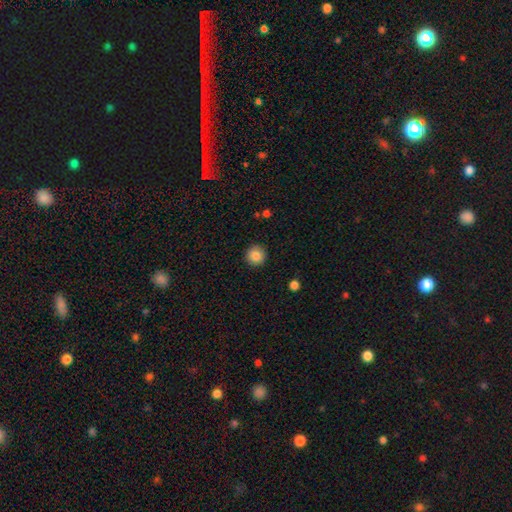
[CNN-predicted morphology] Overall: smooth (85%). How rounded: round (95%). Merging: none (92%).